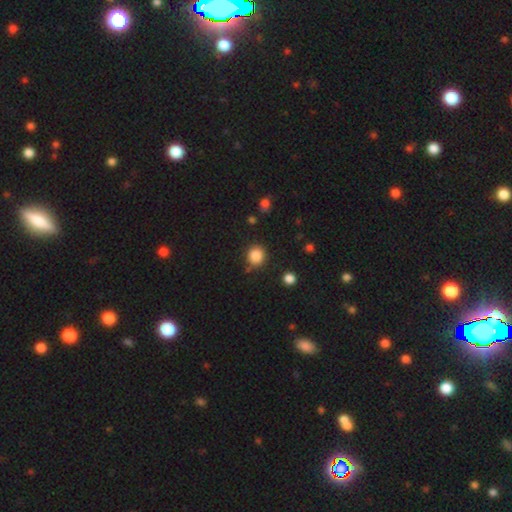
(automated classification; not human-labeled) Morphology: type=smooth (86%); roundness=round (86%); merging=none (83%).